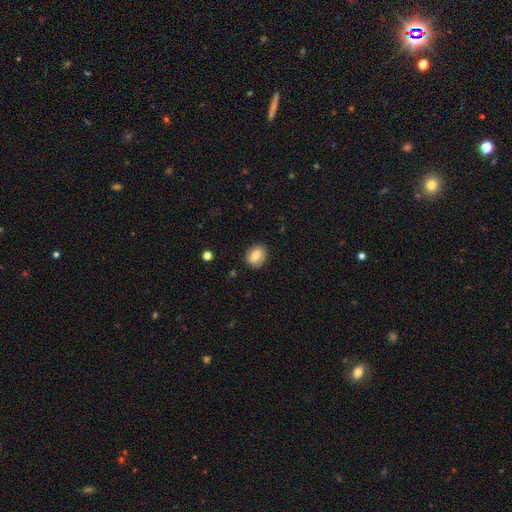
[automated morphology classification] Smooth or featured?
  - smooth: 75% *
  - featured or disk: 16%
  - star or artifact: 9%
How rounded?
  - round: 58% *
  - in between: 41%
  - cigar-shaped: 1%
Merging?
  - none: 84% *
  - minor disturbance: 12%
  - major disturbance: 3%
  - merger: 1%